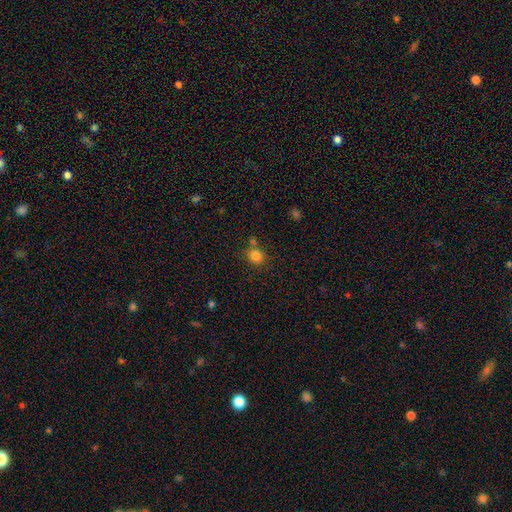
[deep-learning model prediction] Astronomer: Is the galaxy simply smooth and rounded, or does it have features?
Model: smooth — 83%.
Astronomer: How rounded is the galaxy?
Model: round — 76%.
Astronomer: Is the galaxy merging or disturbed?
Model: none — 68%.